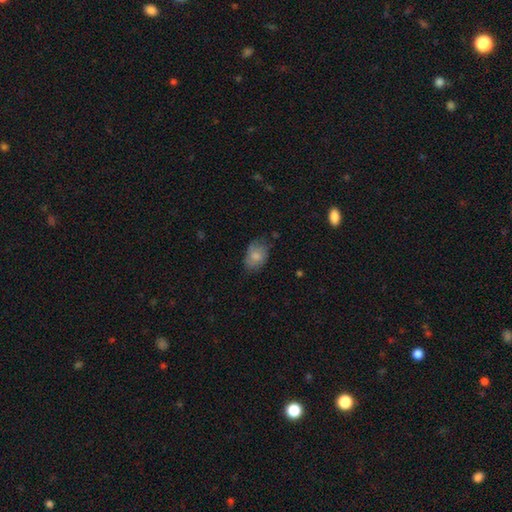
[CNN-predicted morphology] Q: Smooth or featured?
A: smooth (73%); runner-up: featured or disk (20%)
Q: How rounded?
A: in between (82%); runner-up: round (17%)
Q: Merging?
A: none (62%); runner-up: minor disturbance (29%)